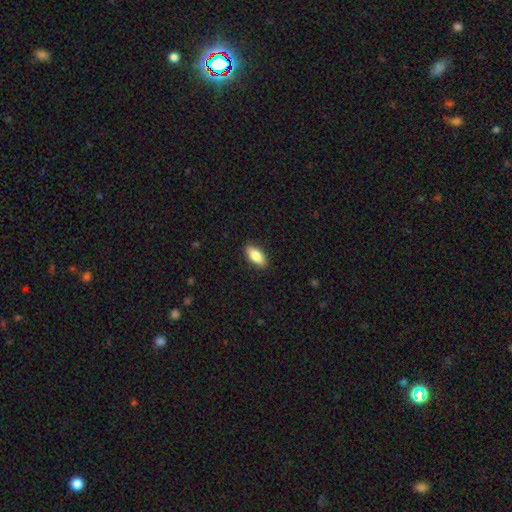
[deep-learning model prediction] This is clearly a smooth galaxy (84%). How rounded: clearly in between (85%). Merging: clearly none (89%).